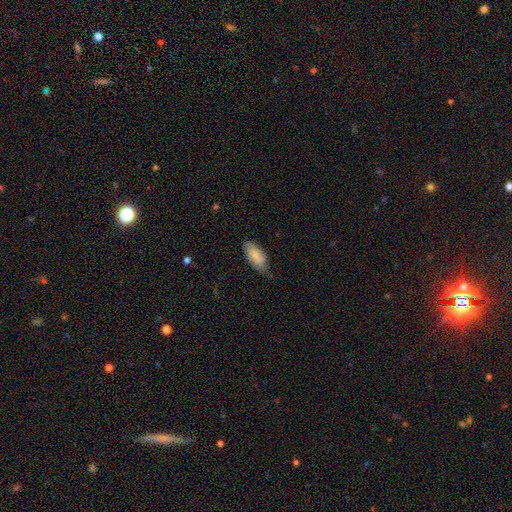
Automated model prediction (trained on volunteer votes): Morphology: type=smooth (74%); roundness=in between (88%); merging=none (46%).